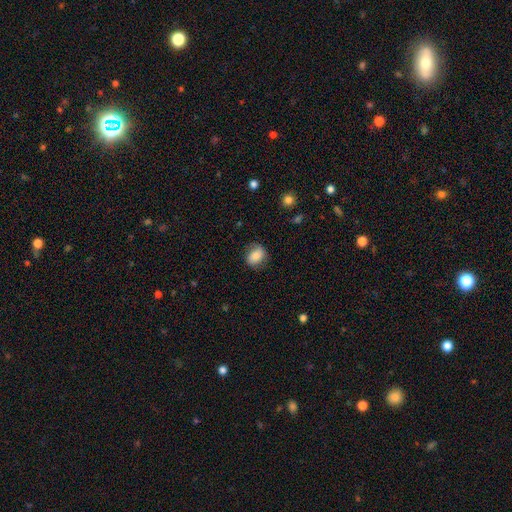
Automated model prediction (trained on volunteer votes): Smooth or featured?
  - smooth: 76% *
  - featured or disk: 15%
  - star or artifact: 8%
How rounded?
  - in between: 51% *
  - round: 47%
  - cigar-shaped: 1%
Merging?
  - none: 74% *
  - minor disturbance: 19%
  - major disturbance: 6%
  - merger: 1%